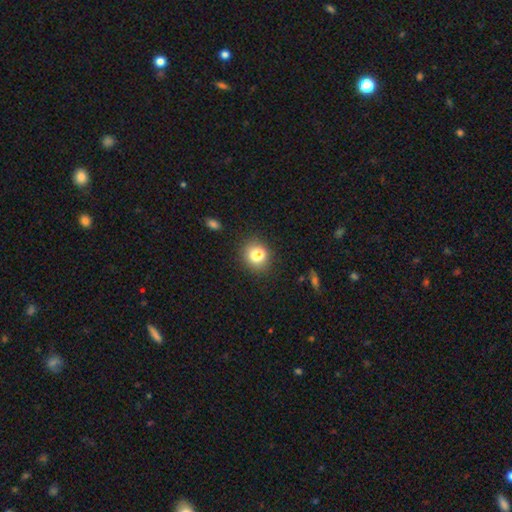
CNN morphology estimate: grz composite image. It shows a smooth galaxy with no disk features (77%) that is round (68%). Merging: none (77%).